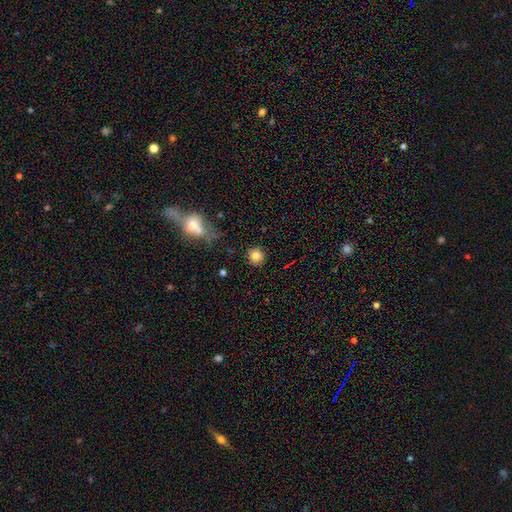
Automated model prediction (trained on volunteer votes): Morphology: type=smooth (83%); roundness=round (92%); merging=none (88%).